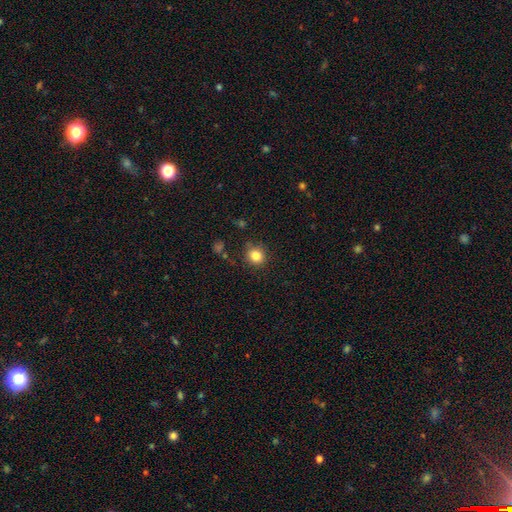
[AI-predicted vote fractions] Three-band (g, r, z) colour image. It shows a smooth galaxy with no disk features (83%) that is round (85%). Merging: none (85%).